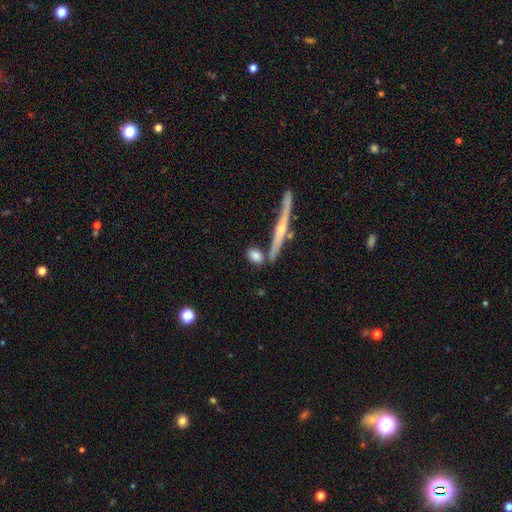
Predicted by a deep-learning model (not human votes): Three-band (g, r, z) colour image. It shows a smooth galaxy with no disk features (73%) that is in between round and cigar-shaped (64%). Merging: none (64%).